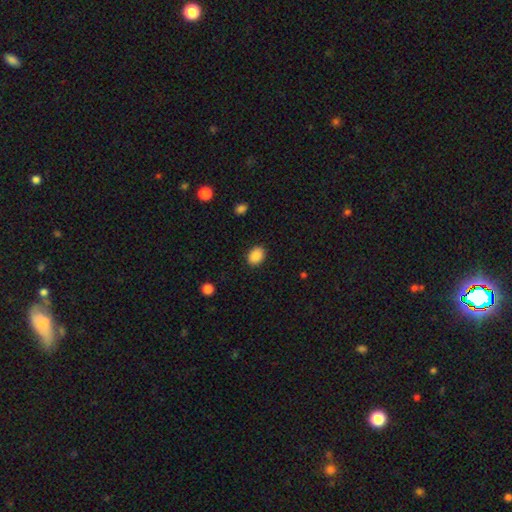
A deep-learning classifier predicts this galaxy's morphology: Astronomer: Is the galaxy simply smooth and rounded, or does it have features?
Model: smooth — 89%.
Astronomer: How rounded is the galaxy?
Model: in between — 62%.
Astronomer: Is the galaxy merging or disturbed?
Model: none — 89%.